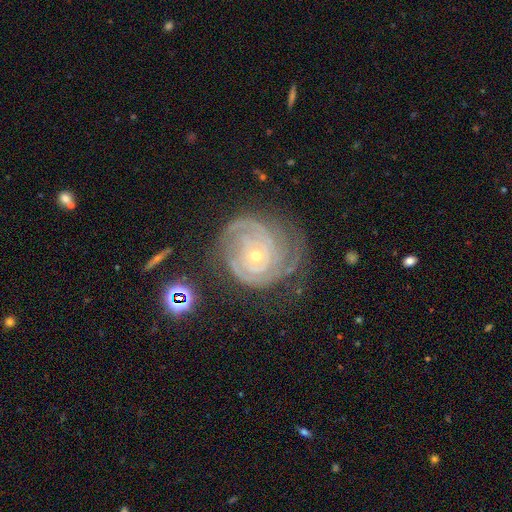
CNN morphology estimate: featured or disk 89%, star or artifact 6%, smooth 5%. Down the decision tree: edge-on disk — no (98%); bar — no (78%); spiral arms — yes (97%); spiral arm count — 2 (30%); spiral winding — tight (81%); bulge size — small (62%); merging — none (65%).